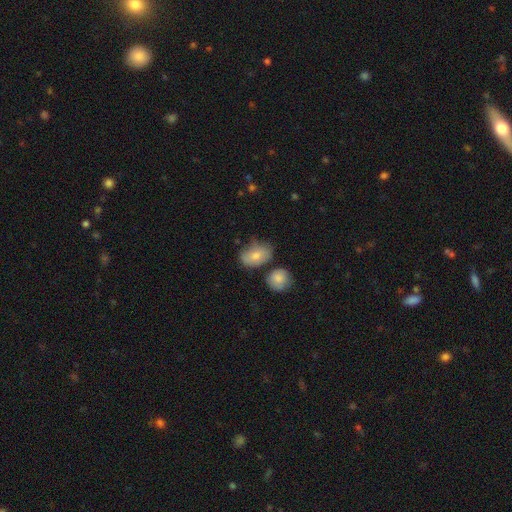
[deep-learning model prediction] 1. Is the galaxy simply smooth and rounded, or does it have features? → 77% smooth, 16% featured or disk, 7% star or artifact.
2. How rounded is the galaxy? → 81% in between, 17% round, 2% cigar-shaped.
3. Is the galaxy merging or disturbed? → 51% none, 28% minor disturbance, 12% merger, 8% major disturbance.